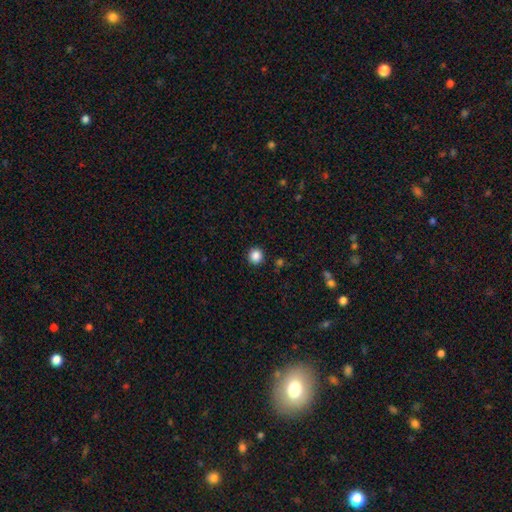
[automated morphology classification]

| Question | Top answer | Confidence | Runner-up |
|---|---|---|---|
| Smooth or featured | smooth | 86% | star or artifact (11%) |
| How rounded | round | 94% | in between (5%) |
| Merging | none | 92% | minor disturbance (5%) |